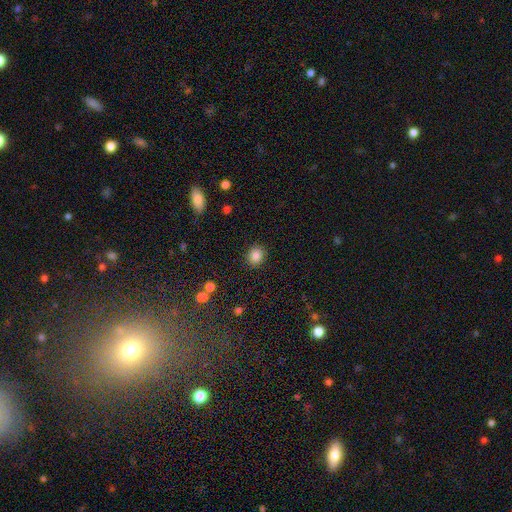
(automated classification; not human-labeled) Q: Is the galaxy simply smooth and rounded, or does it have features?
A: smooth — 85%.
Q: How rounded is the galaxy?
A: round — 69%.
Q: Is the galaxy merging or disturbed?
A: none — 88%.